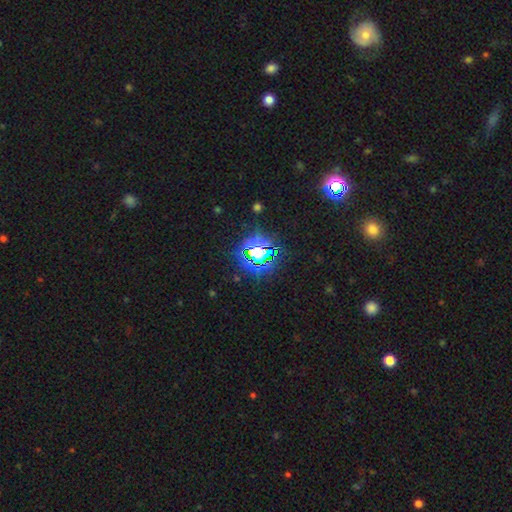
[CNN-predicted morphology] star or artifact 77%, smooth 13%, featured or disk 10%.